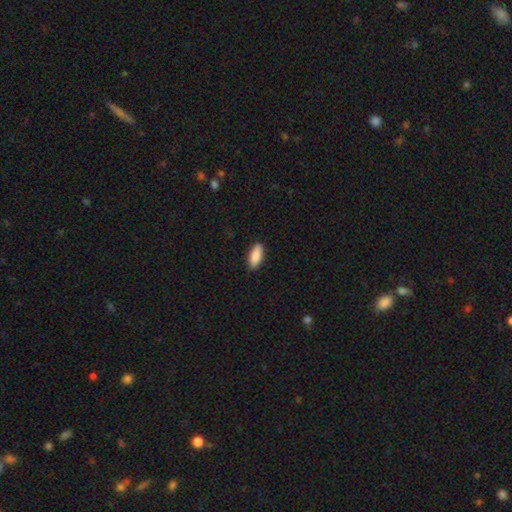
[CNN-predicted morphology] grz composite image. It shows a smooth galaxy with no disk features (89%) that is in between round and cigar-shaped (76%). Merging: none (87%).